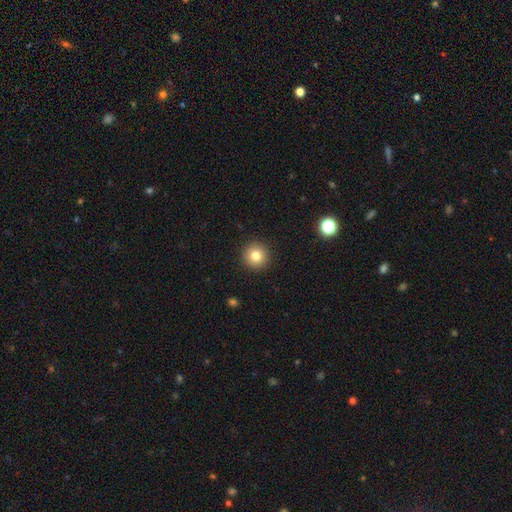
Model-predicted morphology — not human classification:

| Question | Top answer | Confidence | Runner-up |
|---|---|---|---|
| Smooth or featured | smooth | 81% | star or artifact (11%) |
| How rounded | round | 96% | in between (3%) |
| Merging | none | 92% | minor disturbance (5%) |